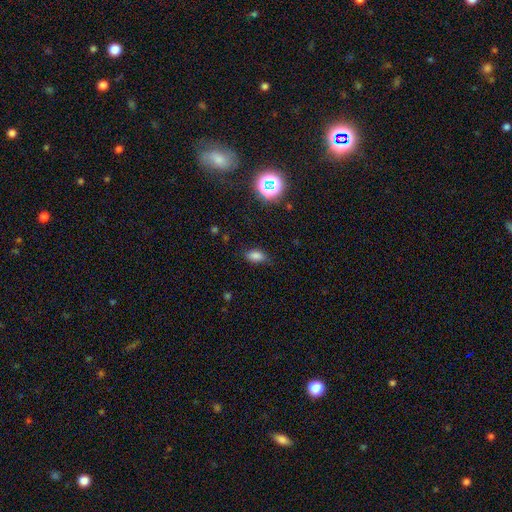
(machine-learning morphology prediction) This appears to be a smooth galaxy with no disk features (80%) that is in between round and cigar-shaped (88%). Merging: none (77%).